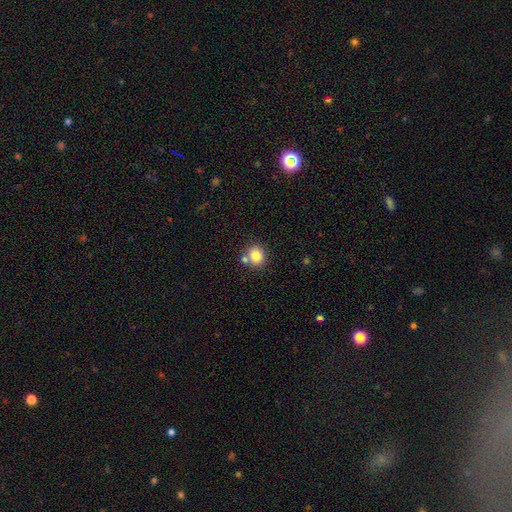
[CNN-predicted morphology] smooth-or-featured: smooth: 82% | star or artifact: 10% | featured or disk: 8%
  how-rounded: round: 79% | in between: 20% | cigar-shaped: 1%
  merging: none: 68% | merger: 20% | minor disturbance: 10% | major disturbance: 3%